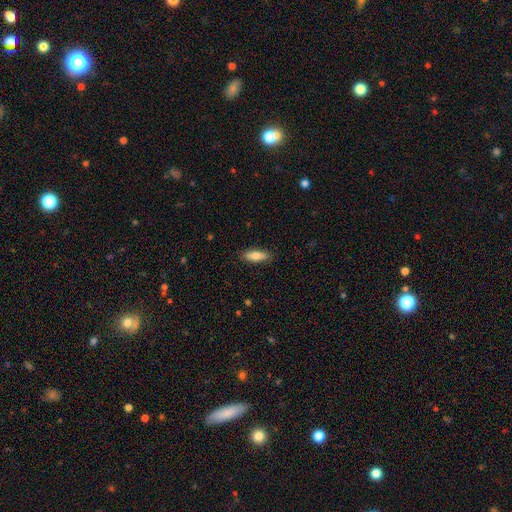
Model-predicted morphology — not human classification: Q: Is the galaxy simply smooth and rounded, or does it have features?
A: smooth — 74%.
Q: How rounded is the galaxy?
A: in between — 56%.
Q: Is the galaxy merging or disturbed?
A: none — 88%.